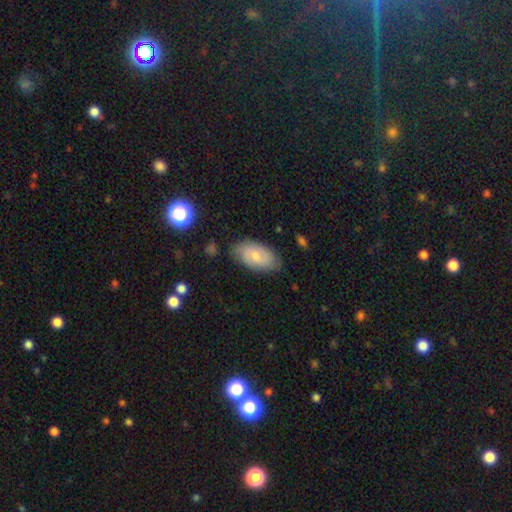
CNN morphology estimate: A smooth galaxy with no disk features (64%) that is in between round and cigar-shaped (94%). Merging: none (76%).